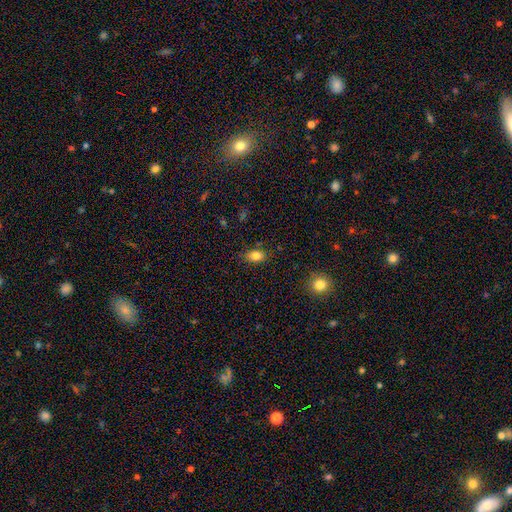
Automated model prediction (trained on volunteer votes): smooth_or_featured: smooth (p=0.82) [alt: star or artifact p=0.11]
how_rounded: in between (p=0.77) [alt: round p=0.20]
merging: none (p=0.80) [alt: minor disturbance p=0.15]